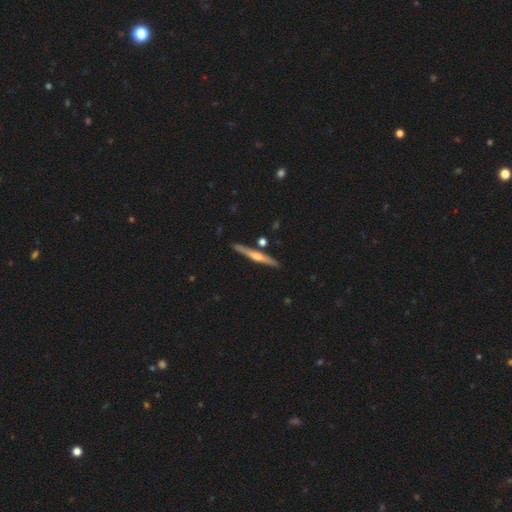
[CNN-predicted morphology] Overall: featured or disk (67%; smooth 27%). Edge-on disk: yes (97%). Edge-on bulge: rounded (80%). Merging: none (86%).